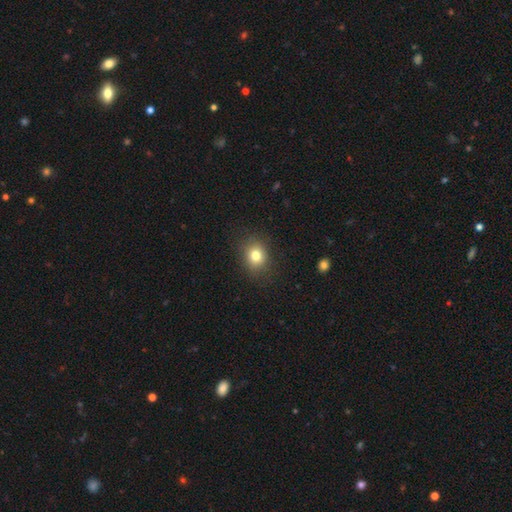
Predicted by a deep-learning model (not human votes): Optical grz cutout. It shows a smooth galaxy with no disk features (80%) that is round (61%). Merging: none (86%).